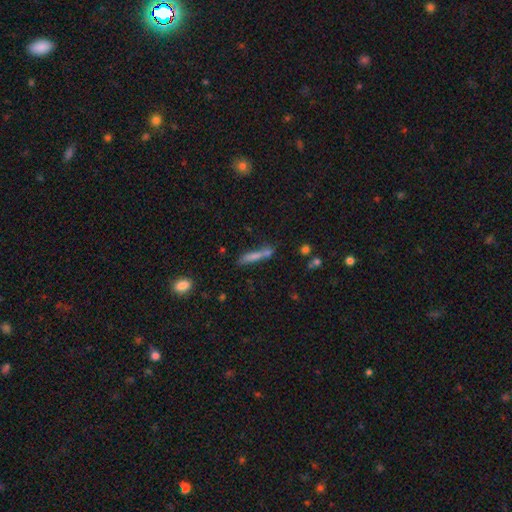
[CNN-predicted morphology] The model was most divided on "merging": none: 59%, merger: 20%, minor disturbance: 15%, major disturbance: 6%. More confident: how rounded — cigar-shaped (85%); smooth or featured — smooth (66%).